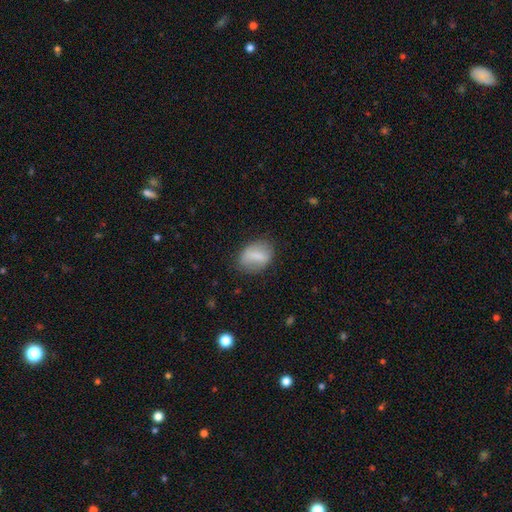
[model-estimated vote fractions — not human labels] Smooth or featured?
  - smooth: 68% *
  - featured or disk: 24%
  - star or artifact: 8%
How rounded?
  - in between: 72% *
  - round: 25%
  - cigar-shaped: 3%
Merging?
  - none: 74% *
  - minor disturbance: 18%
  - major disturbance: 6%
  - merger: 2%